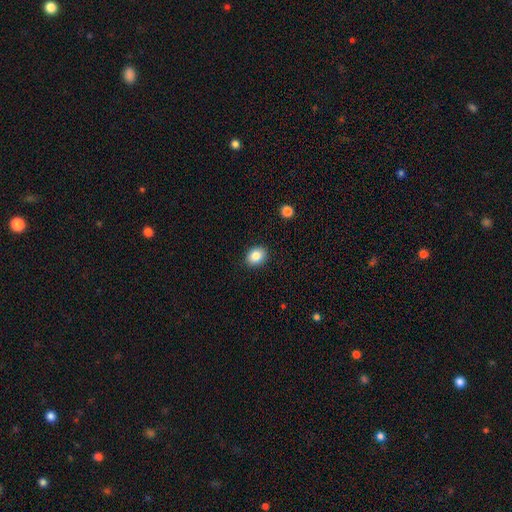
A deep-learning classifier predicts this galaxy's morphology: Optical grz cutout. It shows a smooth galaxy with no disk features (85%) that is in between round and cigar-shaped (53%). Merging: none (90%).